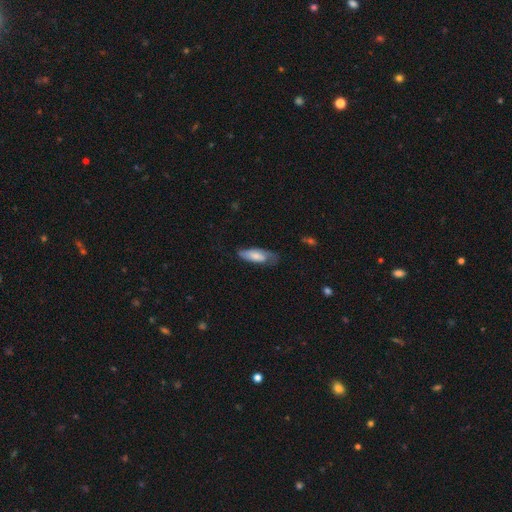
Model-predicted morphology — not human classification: Smooth or featured: smooth — 65% (featured or disk — 30%)
How rounded: in between — 72% (cigar-shaped — 27%)
Merging: none — 52% (minor disturbance — 32%)